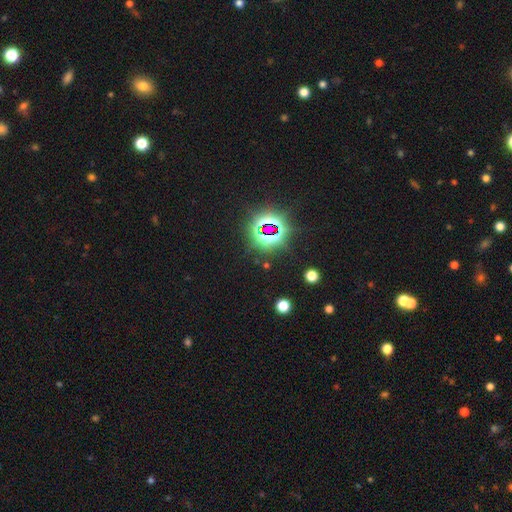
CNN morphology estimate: This is clearly a star or artifact rather than a galaxy (82%).